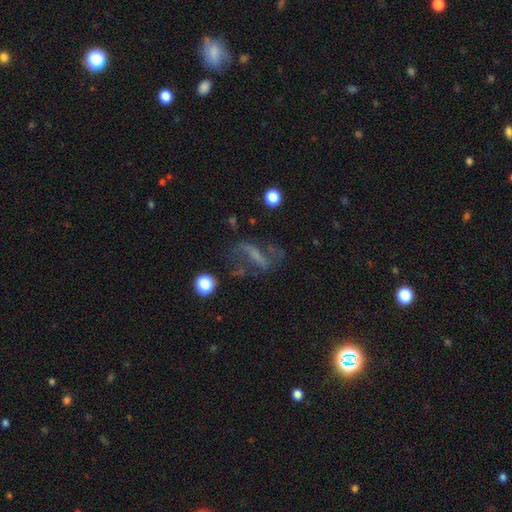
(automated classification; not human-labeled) smooth_or_featured: featured or disk (p=0.56) [alt: smooth p=0.26]
disk_edge_on: no (p=0.86) [alt: yes p=0.14]
merging: none (p=0.50) [alt: major disturbance p=0.26]